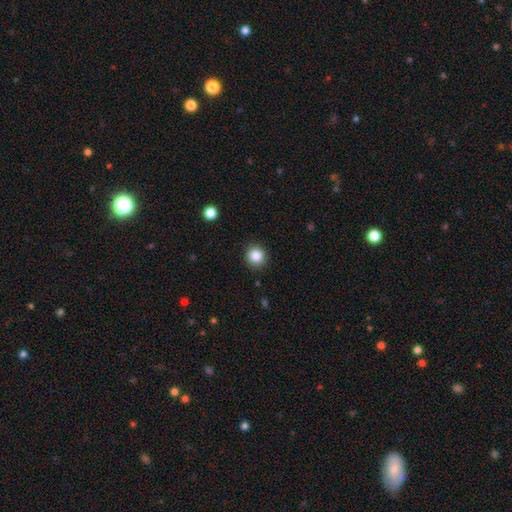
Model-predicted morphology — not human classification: smooth_or_featured: smooth (p=0.85) [alt: star or artifact p=0.10]
how_rounded: round (p=0.90) [alt: in between p=0.09]
merging: none (p=0.90) [alt: minor disturbance p=0.07]